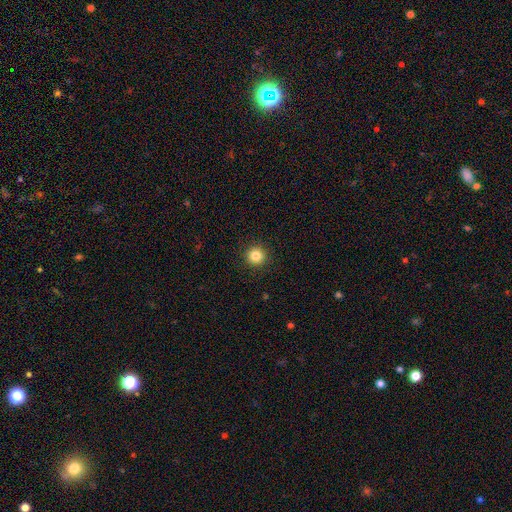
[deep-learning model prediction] Smooth or featured?
  - smooth: 84% *
  - star or artifact: 11%
  - featured or disk: 4%
How rounded?
  - round: 96% *
  - in between: 3%
  - cigar-shaped: 1%
Merging?
  - none: 93% *
  - minor disturbance: 5%
  - major disturbance: 2%
  - merger: 1%